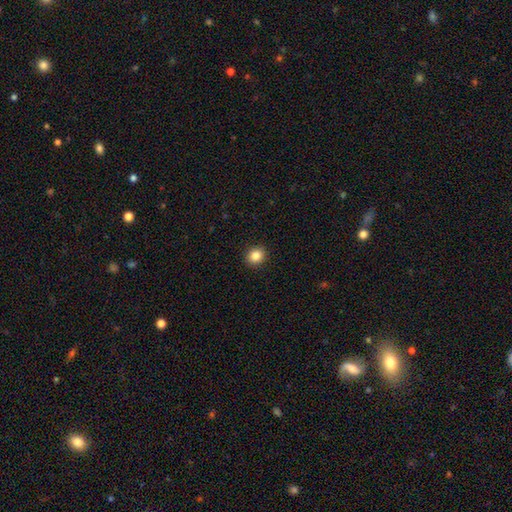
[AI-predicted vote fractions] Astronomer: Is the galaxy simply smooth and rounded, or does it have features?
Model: smooth — 85%.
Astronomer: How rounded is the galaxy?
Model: round — 76%.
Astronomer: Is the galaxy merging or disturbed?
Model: none — 92%.